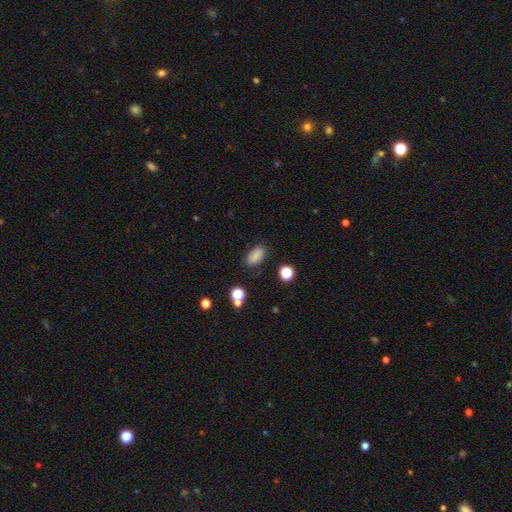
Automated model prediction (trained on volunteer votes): Morphology: type=smooth (82%); roundness=in between (91%); merging=none (84%).